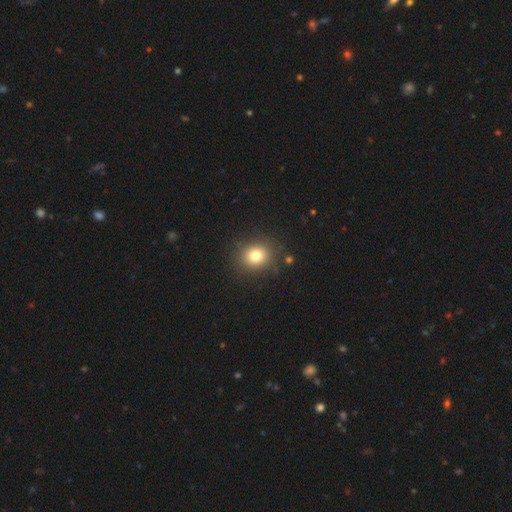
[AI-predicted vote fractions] A smooth galaxy with no disk features (78%) that is round (79%). Merging: none (86%).